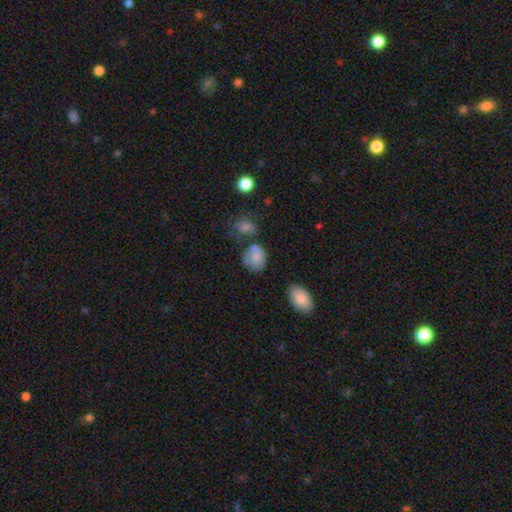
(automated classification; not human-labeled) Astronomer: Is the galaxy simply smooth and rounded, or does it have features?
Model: smooth — 78%.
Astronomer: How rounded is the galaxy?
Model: round — 56% (runner-up: in between, 43%).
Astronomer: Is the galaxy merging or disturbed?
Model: none — 46% (runner-up: minor disturbance, 25%).